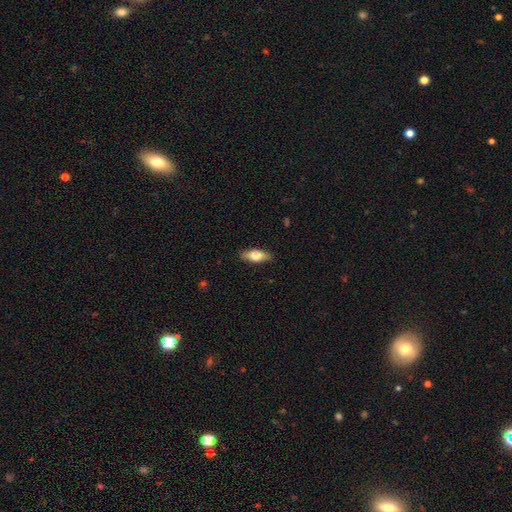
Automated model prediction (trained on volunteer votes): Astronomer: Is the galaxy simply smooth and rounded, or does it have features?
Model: smooth — 67%.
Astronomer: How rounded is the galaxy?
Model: in between — 74%.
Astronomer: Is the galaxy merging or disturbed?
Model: none — 89%.